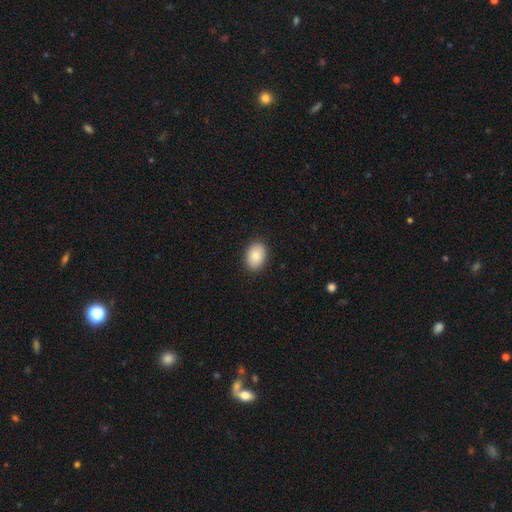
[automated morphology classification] smooth 85%, featured or disk 7%, star or artifact 7%. Down the decision tree: how rounded — in between (80%); merging — none (90%).